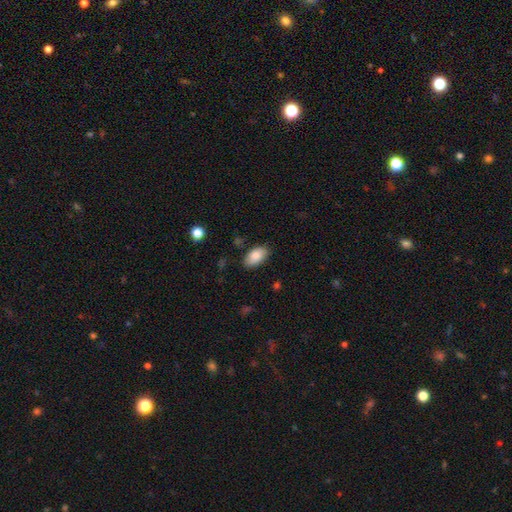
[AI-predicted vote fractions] Q: Smooth or featured?
A: smooth (86%); runner-up: featured or disk (7%)
Q: How rounded?
A: in between (94%); runner-up: round (4%)
Q: Merging?
A: none (82%); runner-up: minor disturbance (13%)